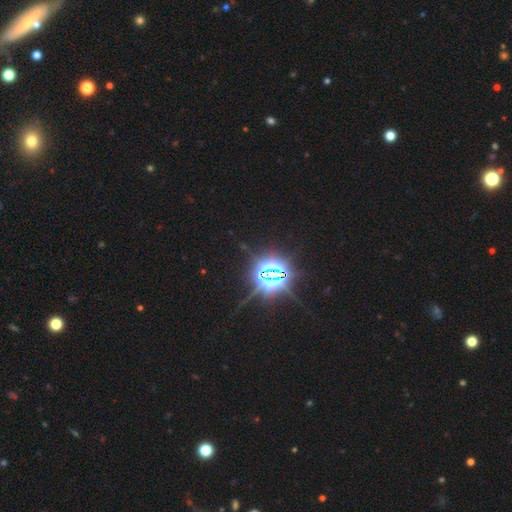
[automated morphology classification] Q: Smooth or featured?
A: star or artifact (86%); runner-up: smooth (9%)